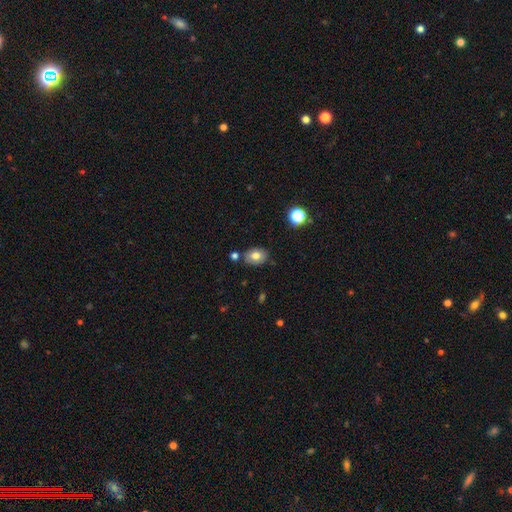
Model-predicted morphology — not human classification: Smooth or featured: smooth — 76% (featured or disk — 14%)
How rounded: in between — 69% (round — 30%)
Merging: none — 78% (minor disturbance — 13%)